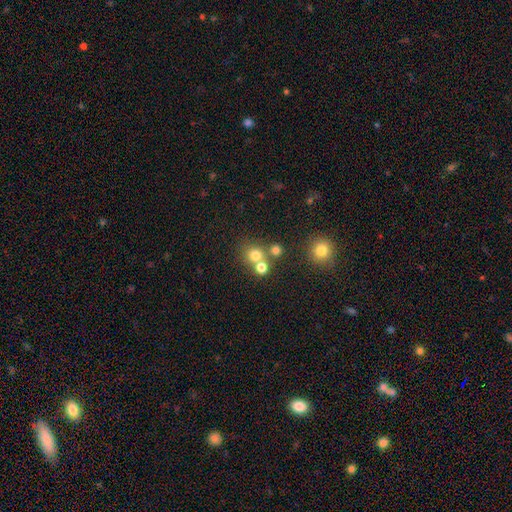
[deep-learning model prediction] smooth 72%, star or artifact 18%, featured or disk 10%. Down the decision tree: how rounded — round (87%); merging — none (58%).